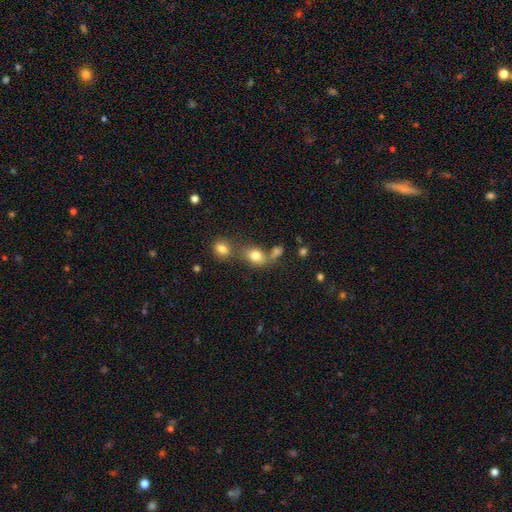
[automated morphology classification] Smooth or featured: smooth — 78% (star or artifact — 12%)
How rounded: in between — 64% (round — 34%)
Merging: none — 45% (merger — 35%)